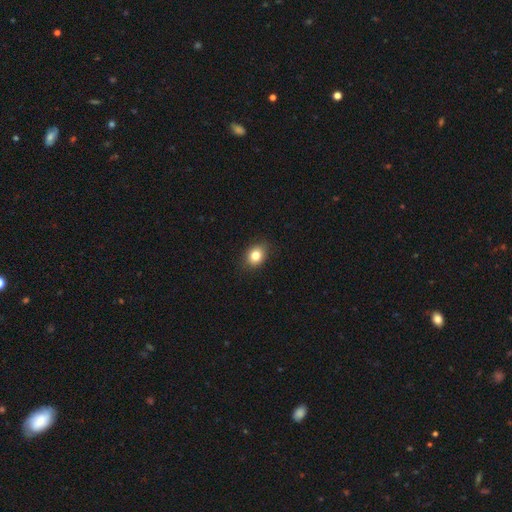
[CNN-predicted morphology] A smooth galaxy with no disk features (82%) that is in between round and cigar-shaped (51%).

Vote fractions:
- Smooth or featured? smooth: 82% / star or artifact: 11% / featured or disk: 8%
- How rounded? in between: 51% / round: 48% / cigar-shaped: 1%
- Merging? none: 87% / minor disturbance: 10% / major disturbance: 2% / merger: 1%